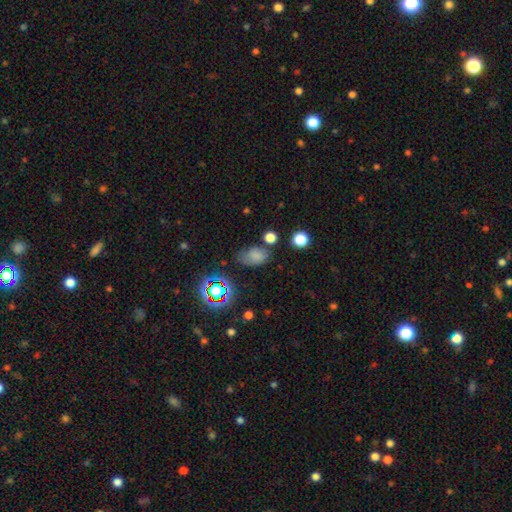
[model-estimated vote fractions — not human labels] Q: Smooth or featured?
A: smooth (68%); runner-up: star or artifact (20%)
Q: How rounded?
A: in between (83%); runner-up: round (15%)
Q: Merging?
A: none (54%); runner-up: minor disturbance (27%)